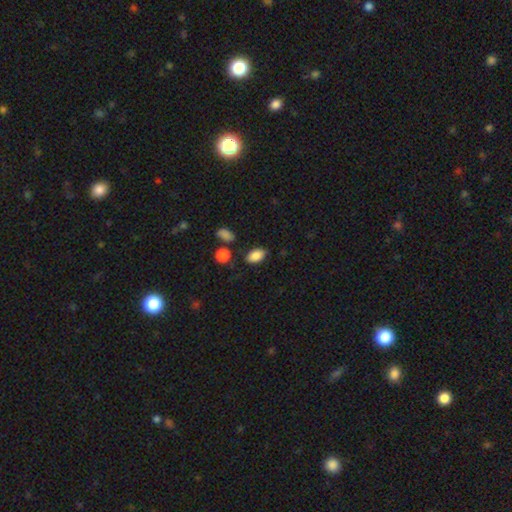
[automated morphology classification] A smooth galaxy with no disk features (87%) that is in between round and cigar-shaped (91%).

Vote fractions:
- Smooth or featured? smooth: 87% / star or artifact: 8% / featured or disk: 5%
- How rounded? in between: 91% / round: 7% / cigar-shaped: 2%
- Merging? none: 80% / minor disturbance: 13% / merger: 4% / major disturbance: 3%